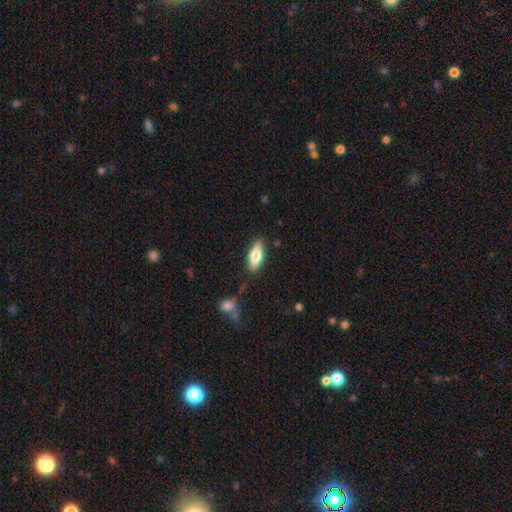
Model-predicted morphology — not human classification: This appears to be a smooth galaxy with no disk features (72%) that is in between round and cigar-shaped (73%). Merging: none (84%).